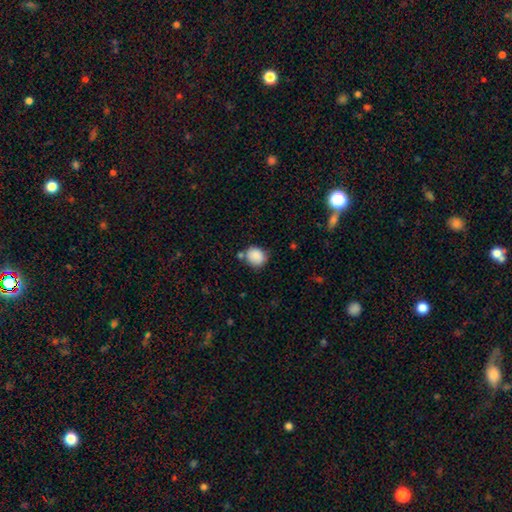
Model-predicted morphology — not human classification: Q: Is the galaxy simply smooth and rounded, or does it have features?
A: smooth — 87%.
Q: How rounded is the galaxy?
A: round — 67%.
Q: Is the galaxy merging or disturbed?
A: none — 69%.